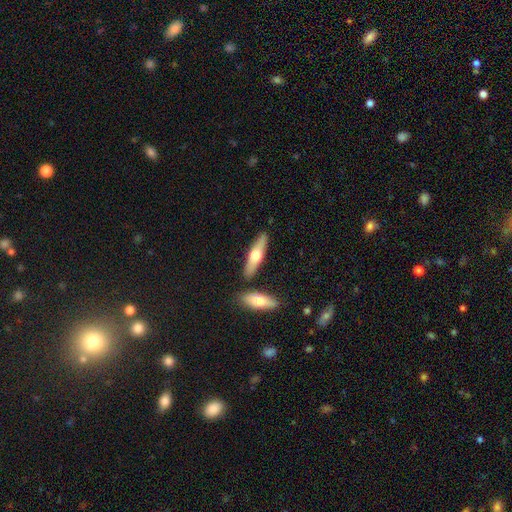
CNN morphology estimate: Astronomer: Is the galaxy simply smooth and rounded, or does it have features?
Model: smooth — 49% (runner-up: featured or disk, 46%).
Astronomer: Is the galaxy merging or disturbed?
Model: none — 82%.